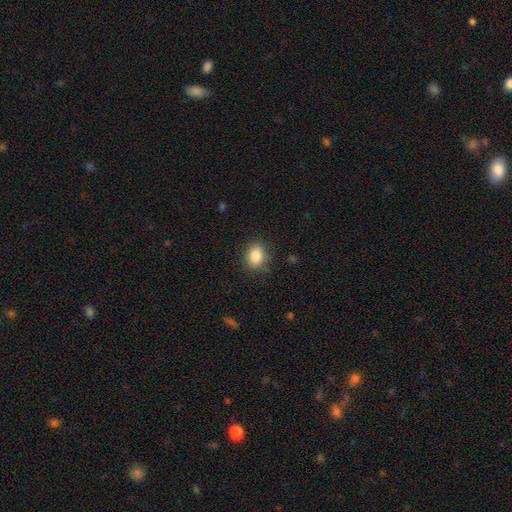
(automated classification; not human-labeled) Overall: smooth (86%). How rounded: in between (55%; round 44%). Merging: none (84%).